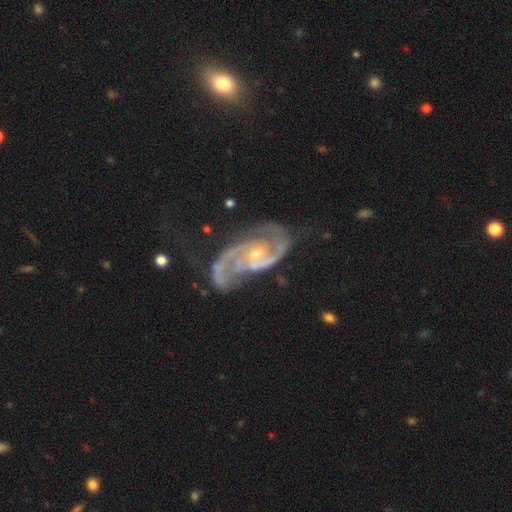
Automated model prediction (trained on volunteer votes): smooth_or_featured: featured or disk (p=0.92) [alt: star or artifact p=0.05]
disk_edge_on: no (p=0.97) [alt: yes p=0.03]
bar: no (p=0.57) [alt: weak p=0.32]
has_spiral_arms: yes (p=0.98) [alt: no p=0.02]
spiral_winding: medium (p=0.54) [alt: tight p=0.32]
spiral_arm_count: 2 (p=0.79) [alt: 3 p=0.10]
bulge_size: small (p=0.67) [alt: moderate p=0.30]
merging: none (p=0.58) [alt: minor disturbance p=0.23]